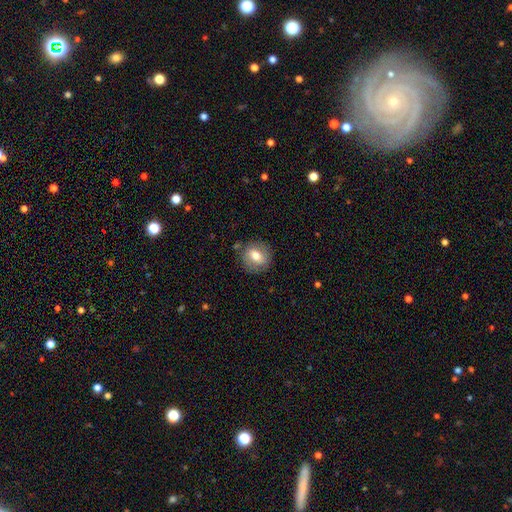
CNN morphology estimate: Smooth or featured? smooth (68%)
How rounded? round (75%)
Merging? none (82%)